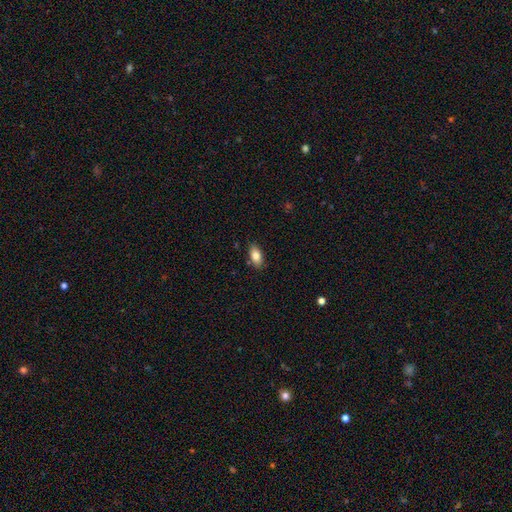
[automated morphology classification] Smooth or featured: smooth — 84% (featured or disk — 9%)
How rounded: in between — 90% (cigar-shaped — 5%)
Merging: none — 85% (minor disturbance — 11%)